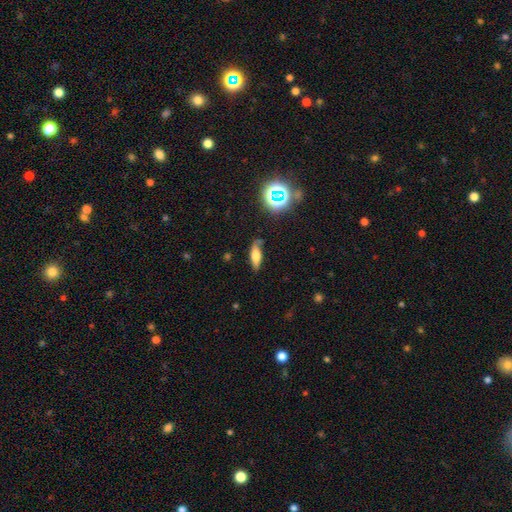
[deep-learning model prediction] Smooth or featured: smooth — 59% (featured or disk — 28%)
How rounded: in between — 52% (cigar-shaped — 44%)
Merging: none — 75% (minor disturbance — 18%)